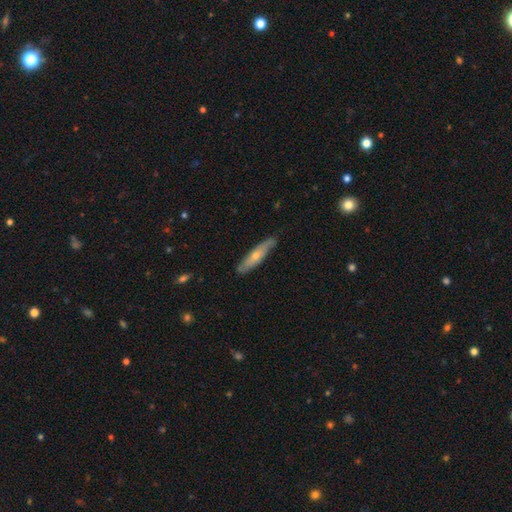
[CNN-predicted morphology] This is possibly a featured or disk galaxy (52%). It is likely viewed edge-on (67%). Merging: clearly none (82%).